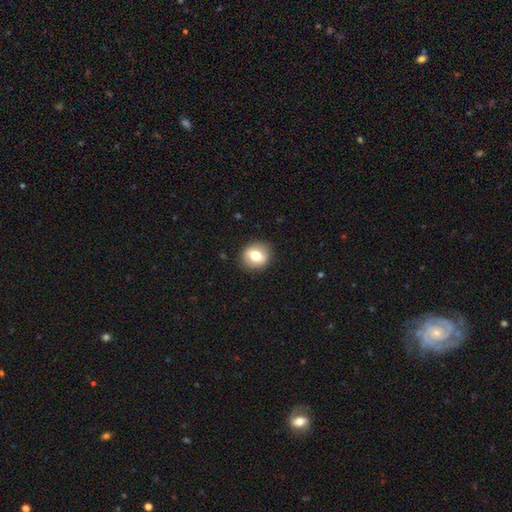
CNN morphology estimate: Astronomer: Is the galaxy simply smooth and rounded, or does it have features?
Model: smooth — 66%.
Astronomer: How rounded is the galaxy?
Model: round — 79%.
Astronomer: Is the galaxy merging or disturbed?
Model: none — 89%.